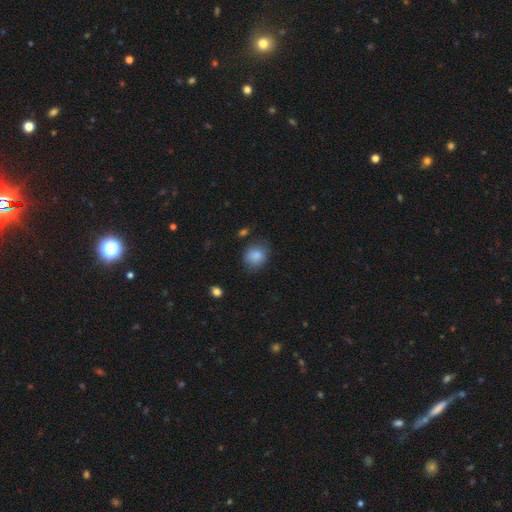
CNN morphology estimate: A smooth galaxy with no disk features (85%) that is round (63%). Merging: none (72%).